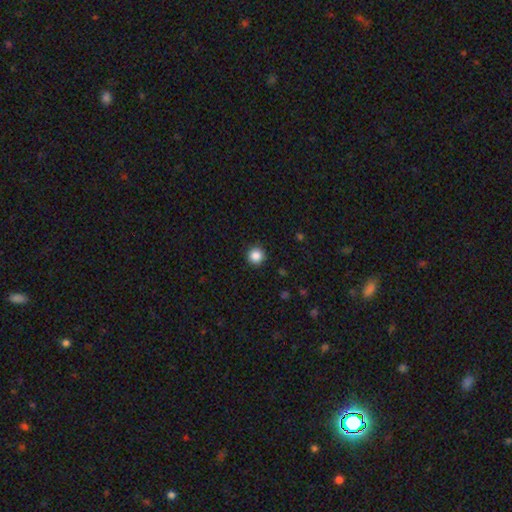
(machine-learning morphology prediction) Q: Smooth or featured?
A: smooth (86%); runner-up: star or artifact (10%)
Q: How rounded?
A: round (96%); runner-up: in between (4%)
Q: Merging?
A: none (92%); runner-up: minor disturbance (5%)